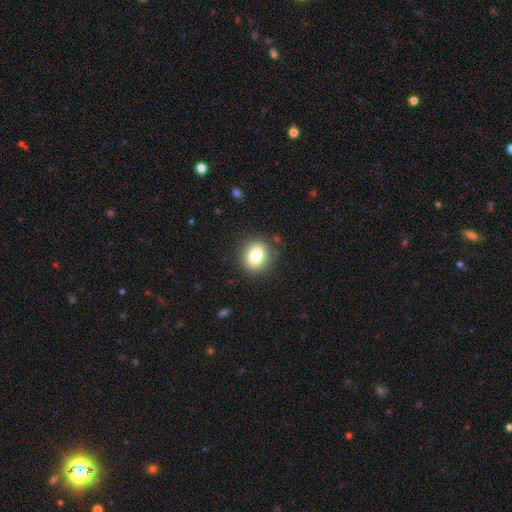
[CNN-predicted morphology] smooth-or-featured: smooth: 79% | featured or disk: 11% | star or artifact: 10%
  how-rounded: round: 74% | in between: 25% | cigar-shaped: 1%
  merging: none: 88% | minor disturbance: 8% | major disturbance: 3% | merger: 1%